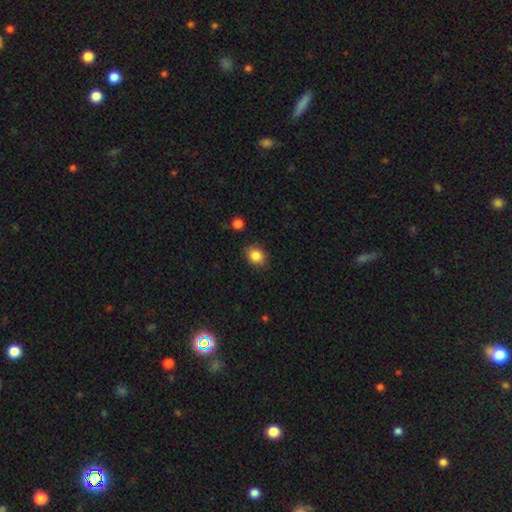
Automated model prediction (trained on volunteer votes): smooth-or-featured: smooth: 85% | star or artifact: 10% | featured or disk: 5%
  how-rounded: round: 57% | in between: 42% | cigar-shaped: 1%
  merging: none: 86% | minor disturbance: 9% | major disturbance: 2% | merger: 2%